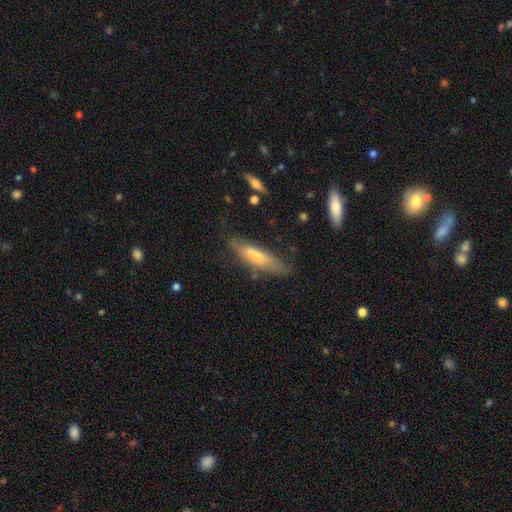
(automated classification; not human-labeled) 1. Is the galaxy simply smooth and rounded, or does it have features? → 60% smooth, 33% featured or disk, 7% star or artifact.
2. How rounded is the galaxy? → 70% cigar-shaped, 28% in between, 2% round.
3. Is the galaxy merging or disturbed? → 65% none, 25% minor disturbance, 7% major disturbance, 3% merger.